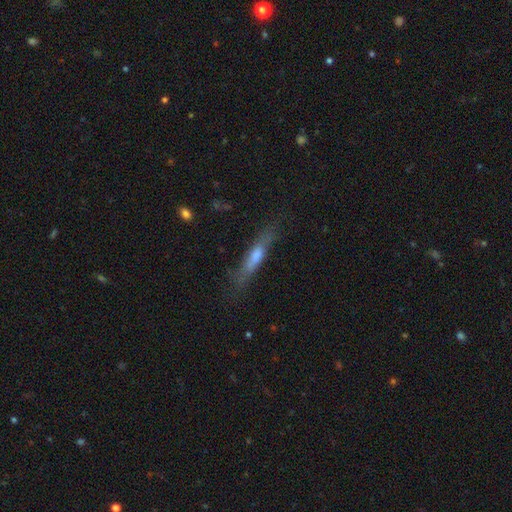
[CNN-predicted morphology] smooth 46% (tied), featured or disk 46% (tied), star or artifact 8%. Down the decision tree: merging — none (71%).